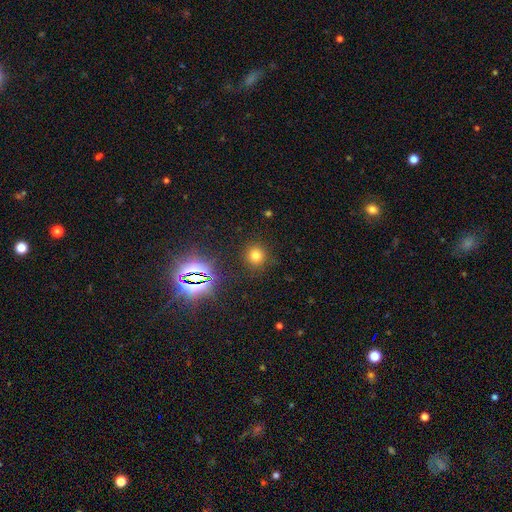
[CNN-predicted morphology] Smooth or featured: smooth — 70% (star or artifact — 23%)
How rounded: round — 90% (in between — 9%)
Merging: none — 88% (minor disturbance — 7%)